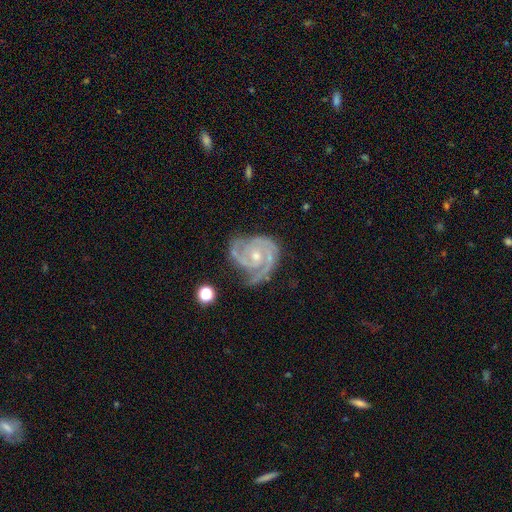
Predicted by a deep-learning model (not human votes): Q: Smooth or featured?
A: featured or disk (92%); runner-up: star or artifact (4%)
Q: Edge-on disk?
A: no (98%); runner-up: yes (2%)
Q: Bar?
A: no (69%); runner-up: weak (24%)
Q: Spiral arms?
A: yes (98%); runner-up: no (2%)
Q: Spiral winding?
A: tight (66%); runner-up: medium (31%)
Q: Spiral arm count?
A: 2 (50%); runner-up: 3 (33%)
Q: Bulge size?
A: small (53%); runner-up: moderate (44%)
Q: Merging?
A: none (66%); runner-up: minor disturbance (23%)